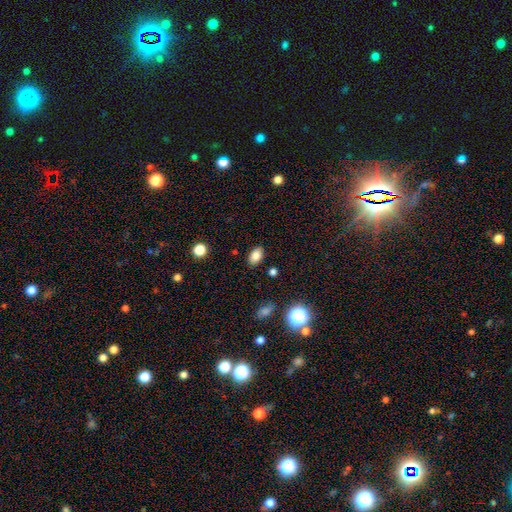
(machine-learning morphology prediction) Q: Smooth or featured?
A: smooth (82%); runner-up: star or artifact (10%)
Q: How rounded?
A: in between (87%); runner-up: round (11%)
Q: Merging?
A: none (87%); runner-up: minor disturbance (9%)